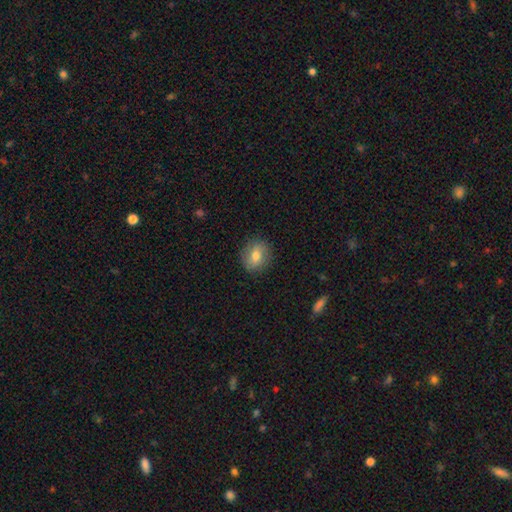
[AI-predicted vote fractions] Overall: smooth (71%). How rounded: round (74%). Merging: none (87%).